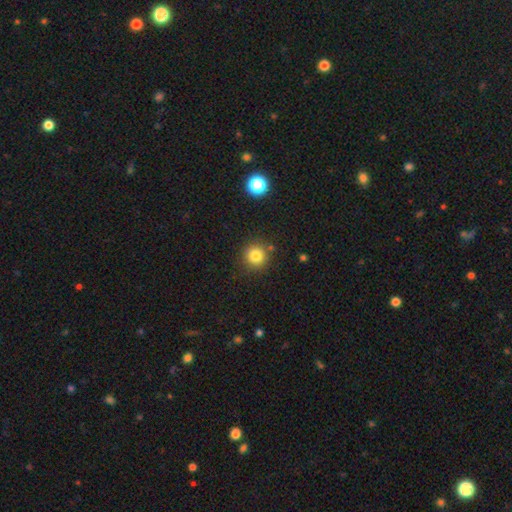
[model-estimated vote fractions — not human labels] Overall: smooth (82%). How rounded: round (93%). Merging: none (84%).